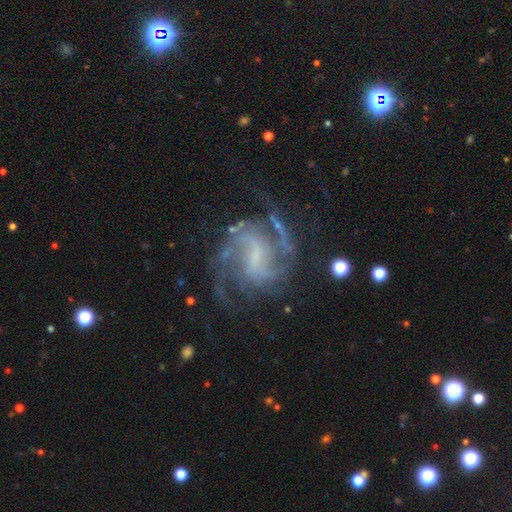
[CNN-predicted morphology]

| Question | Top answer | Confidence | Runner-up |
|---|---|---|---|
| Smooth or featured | featured or disk | 89% | star or artifact (6%) |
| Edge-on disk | no | 98% | yes (2%) |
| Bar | weak | 50% | strong (26%) |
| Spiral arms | yes | 97% | no (3%) |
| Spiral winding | medium | 53% | tight (30%) |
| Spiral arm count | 2 | 42% | 3 (24%) |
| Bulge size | small | 42% | none (34%) |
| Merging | none | 65% | minor disturbance (17%) |